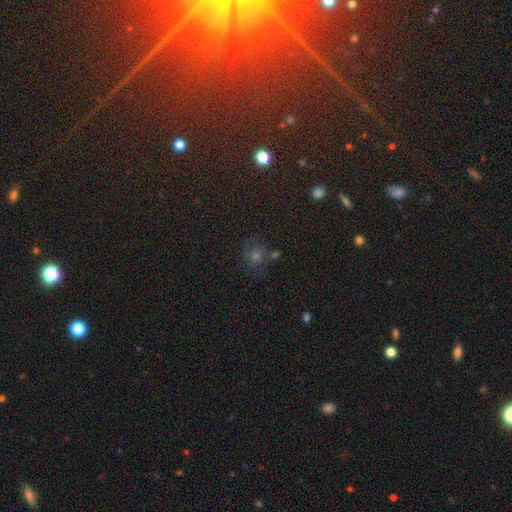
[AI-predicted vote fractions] smooth-or-featured: smooth: 46% | star or artifact: 36% | featured or disk: 18%
  merging: none: 71% | minor disturbance: 13% | merger: 9% | major disturbance: 6%